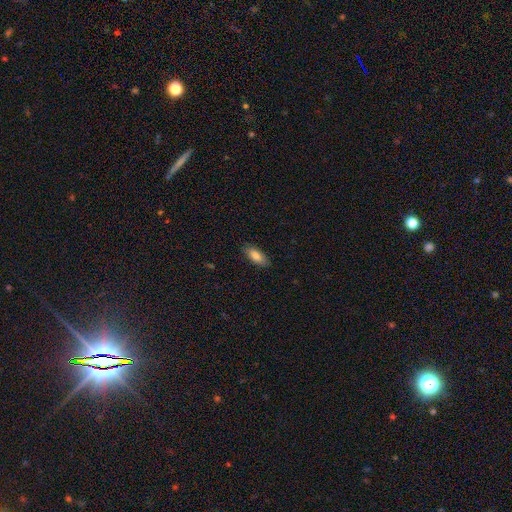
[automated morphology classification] Smooth or featured: smooth — 82% (featured or disk — 11%)
How rounded: in between — 81% (cigar-shaped — 17%)
Merging: none — 86% (minor disturbance — 11%)